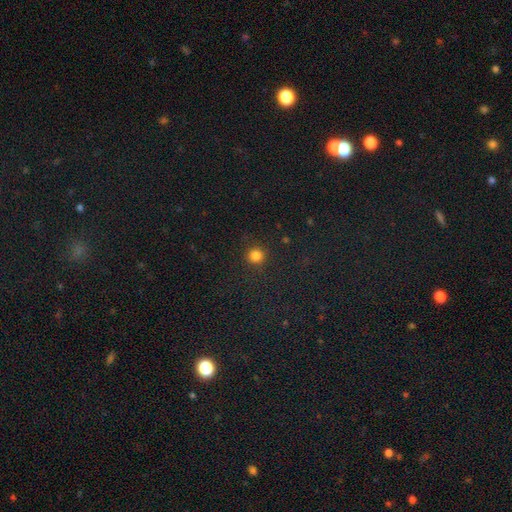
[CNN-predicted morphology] A smooth galaxy with no disk features (83%) that is round (94%).

Vote fractions:
- Smooth or featured? smooth: 83% / star or artifact: 13% / featured or disk: 4%
- How rounded? round: 94% / in between: 5% / cigar-shaped: 1%
- Merging? none: 90% / minor disturbance: 6% / major disturbance: 2% / merger: 1%